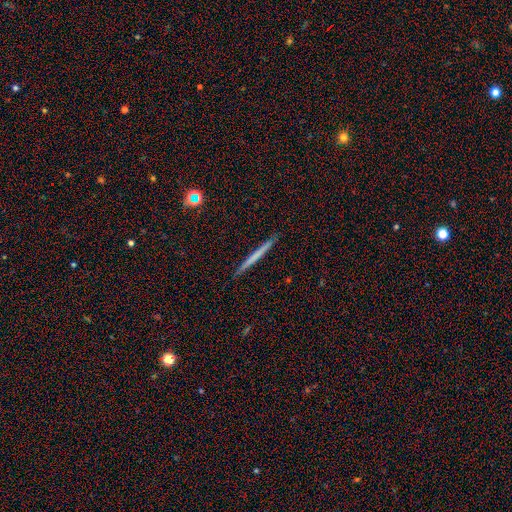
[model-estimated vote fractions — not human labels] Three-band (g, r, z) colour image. It shows a smooth galaxy with no disk features (56%) that is cigar-shaped (97%). Merging: none (91%).